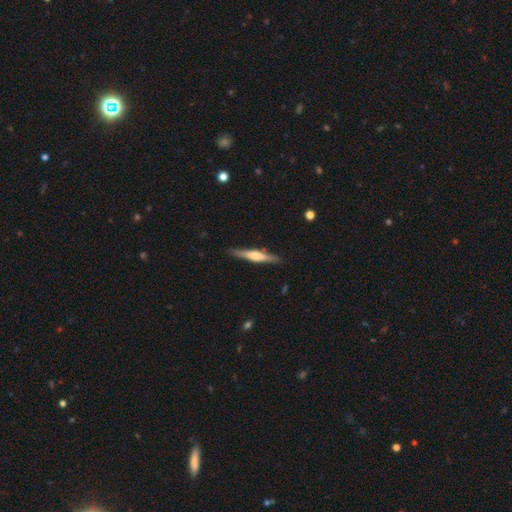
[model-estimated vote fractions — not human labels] Q: Smooth or featured?
A: featured or disk (62%); runner-up: smooth (33%)
Q: Edge-on disk?
A: yes (97%); runner-up: no (3%)
Q: Edge-on bulge?
A: rounded (75%); runner-up: boxy (18%)
Q: Merging?
A: none (89%); runner-up: minor disturbance (8%)